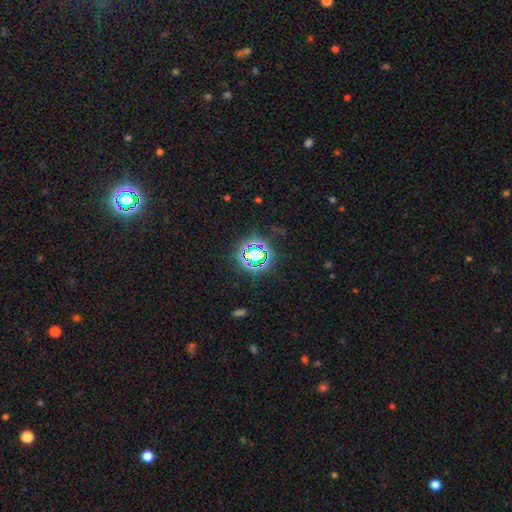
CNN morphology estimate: smooth_or_featured: star or artifact (p=0.68) [alt: smooth p=0.21]